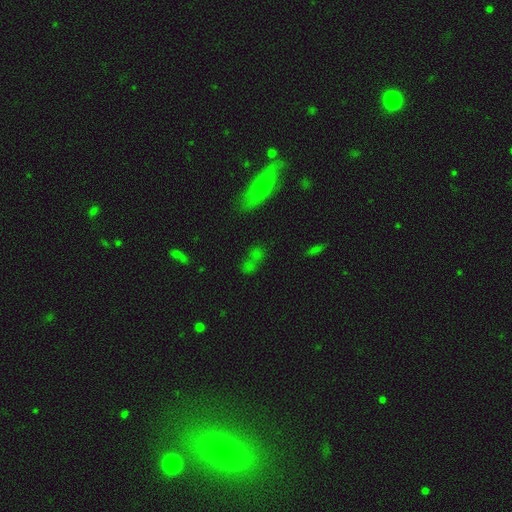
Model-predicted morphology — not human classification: A smooth galaxy with no disk features (55%) that is in between round and cigar-shaped (69%). Merging: none (45%).